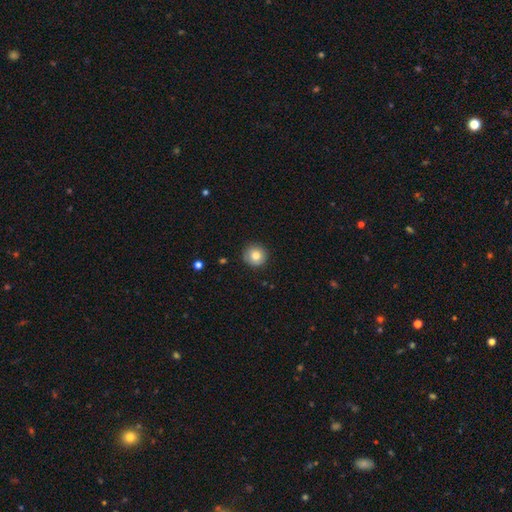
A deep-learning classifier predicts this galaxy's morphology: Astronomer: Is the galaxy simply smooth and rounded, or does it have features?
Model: smooth — 81%.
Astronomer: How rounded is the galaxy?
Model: round — 95%.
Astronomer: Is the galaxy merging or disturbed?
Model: none — 89%.